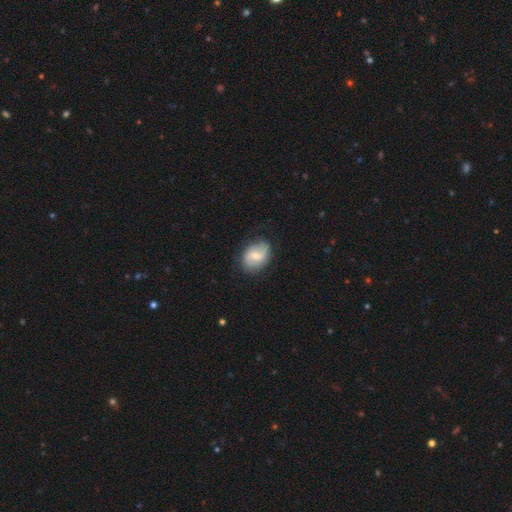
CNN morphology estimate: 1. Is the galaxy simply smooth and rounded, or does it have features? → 54% featured or disk, 40% smooth, 7% star or artifact.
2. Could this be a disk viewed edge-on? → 97% no, 3% yes.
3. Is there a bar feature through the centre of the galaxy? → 55% weak, 30% no, 15% strong.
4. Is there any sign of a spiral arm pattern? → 82% yes, 18% no.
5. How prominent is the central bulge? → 48% moderate, 42% small, 5% none, 3% large, 1% dominant.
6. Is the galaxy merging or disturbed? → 76% none, 18% minor disturbance, 5% major disturbance, 1% merger.